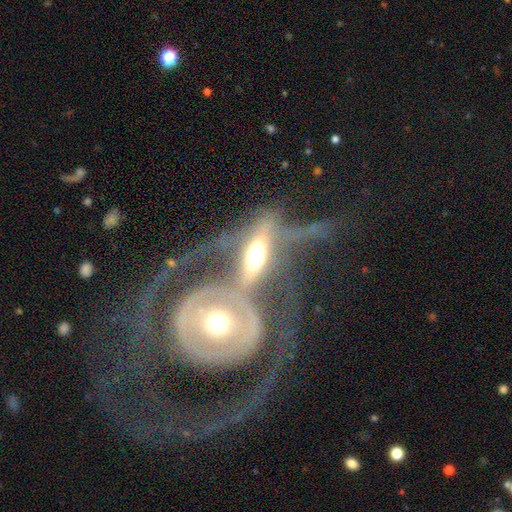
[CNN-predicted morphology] The model was most divided on "edge-on disk": yes: 51%, no: 49%. More confident: smooth or featured — featured or disk (72%); merging — merger (52%).